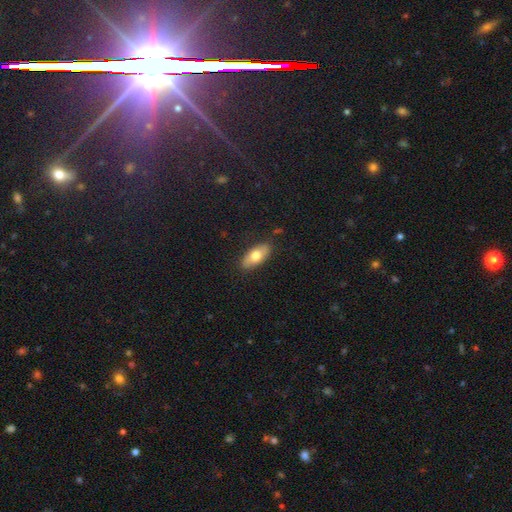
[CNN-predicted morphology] type=smooth (71%); roundness=in between (86%); merging=none (85%).